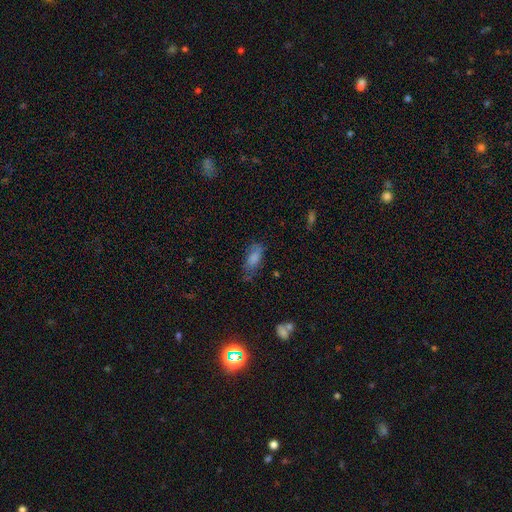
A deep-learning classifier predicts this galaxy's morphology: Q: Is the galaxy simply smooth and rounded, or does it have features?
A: smooth — 51%.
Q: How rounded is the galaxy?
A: in between — 77%.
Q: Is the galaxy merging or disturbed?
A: none — 65%.